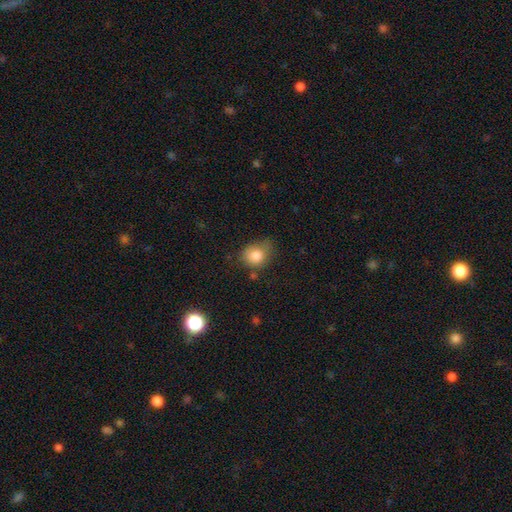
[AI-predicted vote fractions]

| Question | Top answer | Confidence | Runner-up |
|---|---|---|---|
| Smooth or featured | smooth | 82% | star or artifact (9%) |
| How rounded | round | 65% | in between (34%) |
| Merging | none | 52% | minor disturbance (34%) |